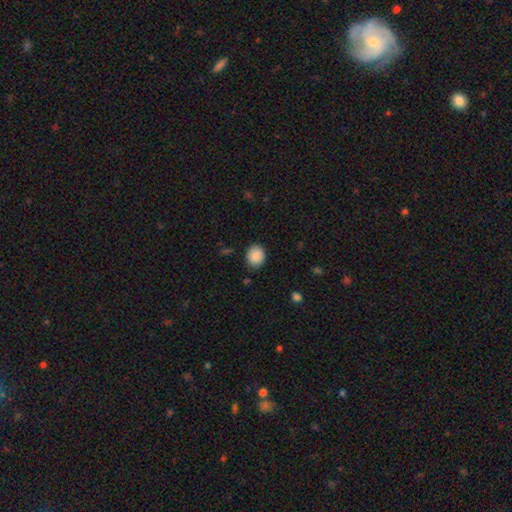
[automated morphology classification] This is clearly a smooth galaxy (89%). How rounded: likely round (63%). Merging: clearly none (85%).